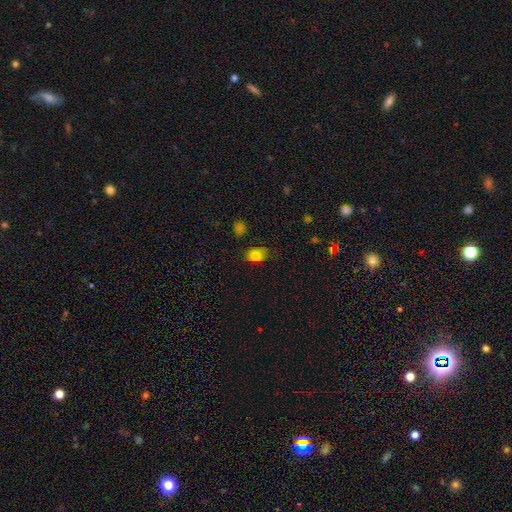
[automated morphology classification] Q: Smooth or featured?
A: smooth (82%); runner-up: star or artifact (11%)
Q: How rounded?
A: in between (69%); runner-up: round (29%)
Q: Merging?
A: none (71%); runner-up: minor disturbance (22%)